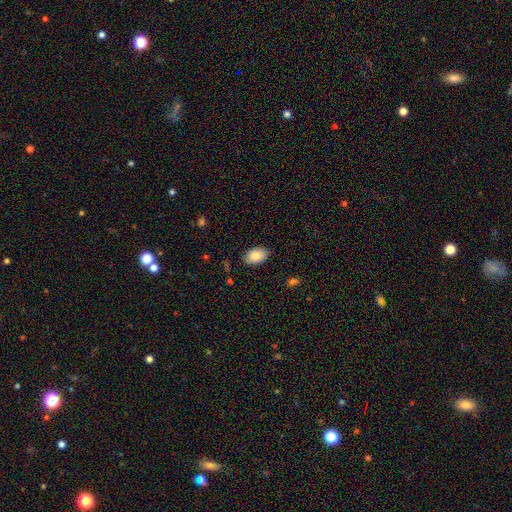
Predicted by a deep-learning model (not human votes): Smooth or featured? smooth (88%)
How rounded? in between (92%)
Merging? none (86%)